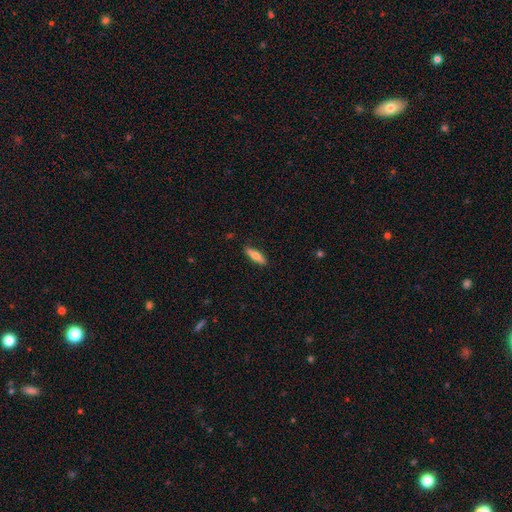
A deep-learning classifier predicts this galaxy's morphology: Smooth or featured?
  - smooth: 66% *
  - featured or disk: 28%
  - star or artifact: 6%
How rounded?
  - cigar-shaped: 59% *
  - in between: 39%
  - round: 2%
Merging?
  - none: 88% *
  - minor disturbance: 9%
  - major disturbance: 2%
  - merger: 1%